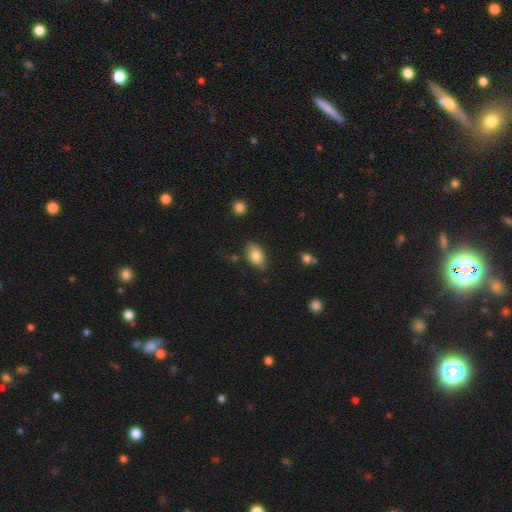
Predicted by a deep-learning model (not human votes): Overall: smooth (81%). How rounded: in between (90%). Merging: none (77%).